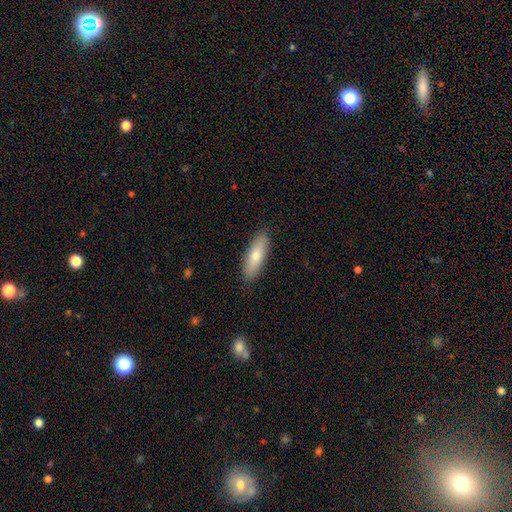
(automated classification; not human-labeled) A smooth galaxy with no disk features (75%) that is in between round and cigar-shaped (51%).

Vote fractions:
- Smooth or featured? smooth: 75% / featured or disk: 19% / star or artifact: 6%
- How rounded? in between: 51% / cigar-shaped: 47% / round: 2%
- Merging? none: 89% / minor disturbance: 8% / major disturbance: 2% / merger: 1%